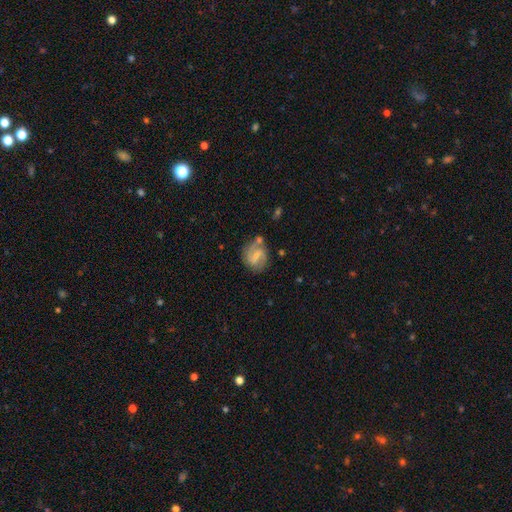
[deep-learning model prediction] smooth-or-featured: featured or disk: 78% | smooth: 16% | star or artifact: 6%
  disk-edge-on: no: 98% | yes: 2%
    bar: weak: 49% | strong: 32% | no: 19%
    has-spiral-arms: yes: 94% | no: 6%
      spiral-winding: medium: 52% | tight: 26% | loose: 22%
      spiral-arm-count: 2: 85% | can't tell: 5% | 1: 5% | 3: 2% | 4: 1% | more than 4: 1%
    bulge-size: small: 43% | none: 37% | moderate: 17% | large: 2% | dominant: 1%
  merging: none: 61% | minor disturbance: 19% | merger: 11% | major disturbance: 9%